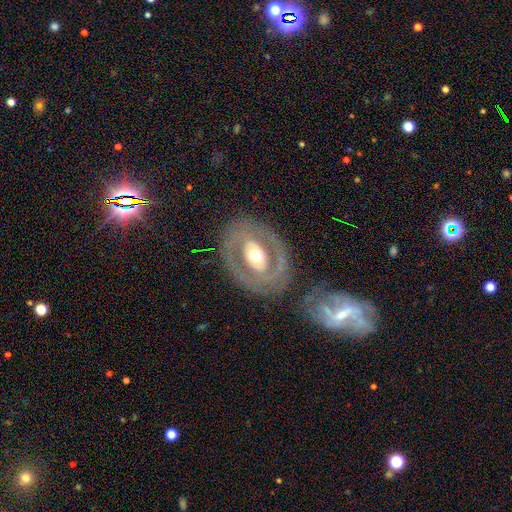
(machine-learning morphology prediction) Overall: featured or disk (72%). Edge-on disk: no (94%). Bar: no (50%; weak 27%). Spiral arms: no (56%; yes 44%). Bulge size: moderate (67%). Merging: none (76%).